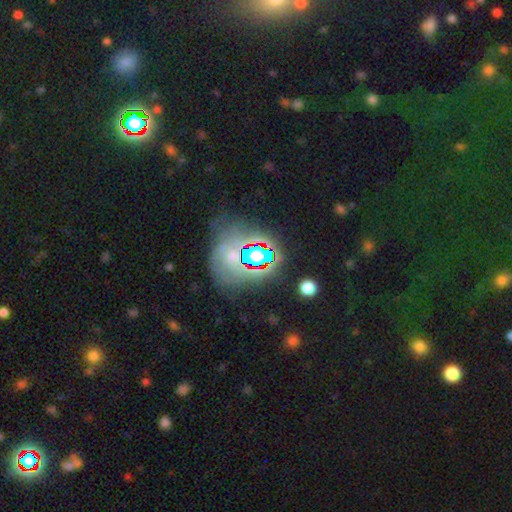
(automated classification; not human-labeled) star or artifact 55%, smooth 26%, featured or disk 19%.